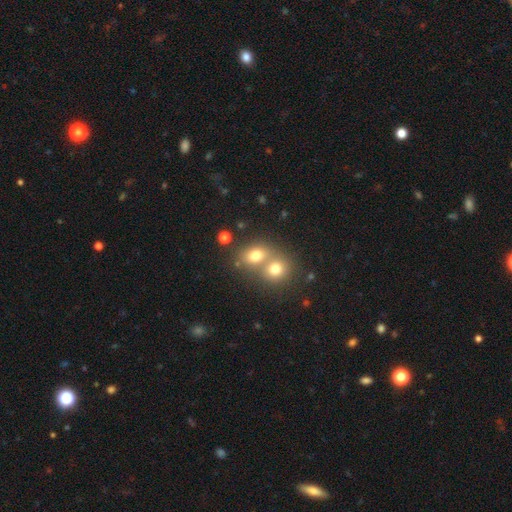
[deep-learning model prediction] Smooth or featured: smooth — 74% (star or artifact — 13%)
How rounded: round — 56% (in between — 42%)
Merging: merger — 53% (none — 37%)